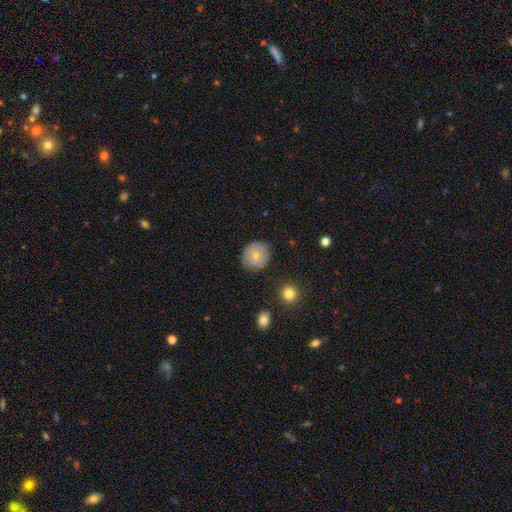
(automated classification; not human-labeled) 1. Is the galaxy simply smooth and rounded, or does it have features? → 72% smooth, 19% featured or disk, 9% star or artifact.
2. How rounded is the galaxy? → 86% round, 13% in between, 1% cigar-shaped.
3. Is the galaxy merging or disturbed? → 83% none, 13% minor disturbance, 3% major disturbance, 2% merger.